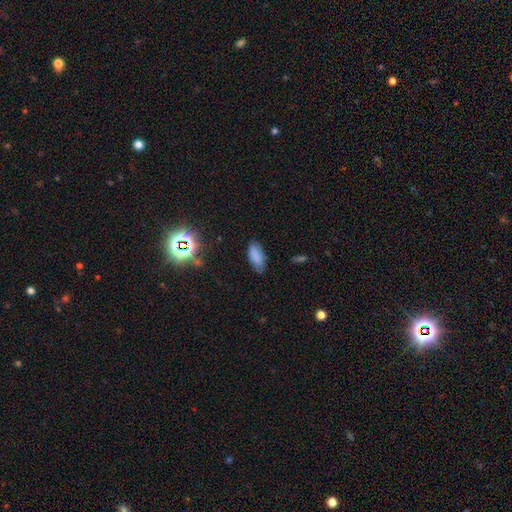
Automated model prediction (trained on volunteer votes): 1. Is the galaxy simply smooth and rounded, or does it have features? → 80% smooth, 12% star or artifact, 8% featured or disk.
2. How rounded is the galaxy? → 90% in between, 8% cigar-shaped, 3% round.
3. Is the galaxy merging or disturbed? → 73% none, 21% minor disturbance, 5% major disturbance, 2% merger.